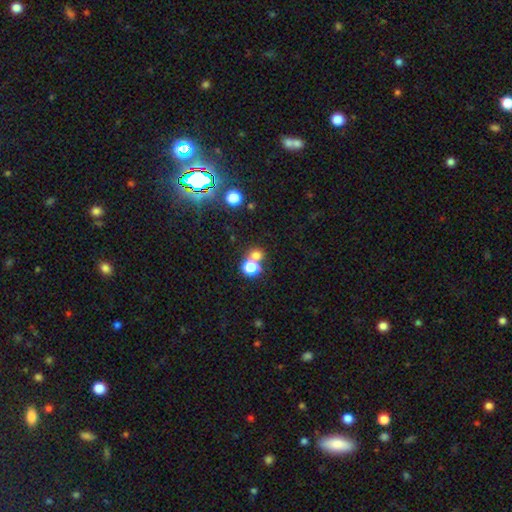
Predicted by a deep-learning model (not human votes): This appears to be a smooth galaxy with no disk features (67%) that is round (77%). Merging: none (52%).